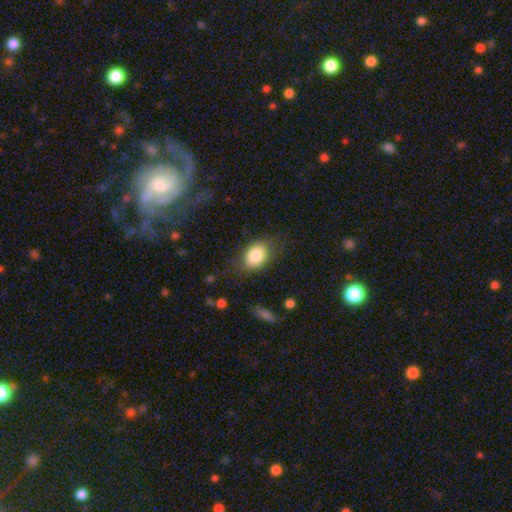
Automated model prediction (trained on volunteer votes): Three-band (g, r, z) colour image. It shows a smooth galaxy with no disk features (82%) that is in between round and cigar-shaped (78%). Merging: none (71%).